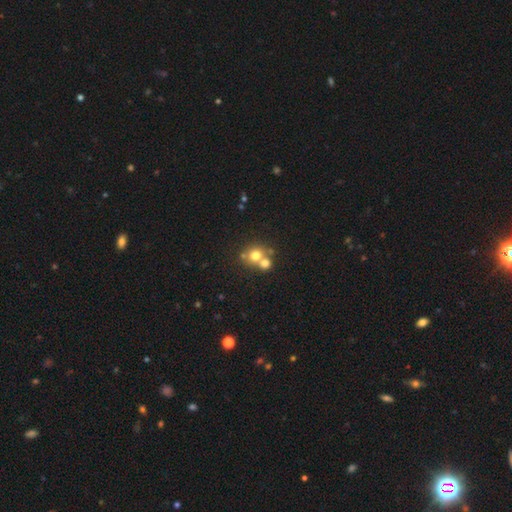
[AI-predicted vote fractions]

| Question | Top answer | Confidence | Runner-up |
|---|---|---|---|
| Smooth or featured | smooth | 69% | featured or disk (16%) |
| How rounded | round | 83% | in between (16%) |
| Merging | merger | 48% | none (43%) |